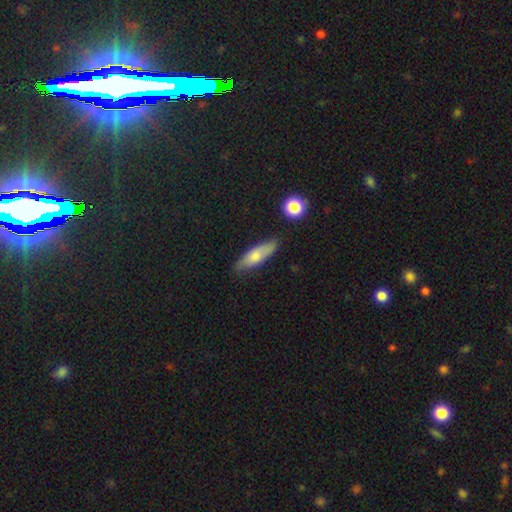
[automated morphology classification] smooth_or_featured: smooth (p=0.67) [alt: featured or disk p=0.26]
how_rounded: cigar-shaped (p=0.52) [alt: in between p=0.45]
merging: none (p=0.78) [alt: minor disturbance p=0.16]